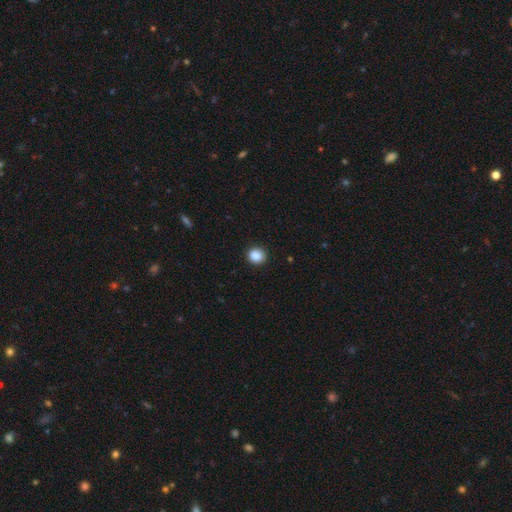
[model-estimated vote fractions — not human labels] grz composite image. It shows a smooth galaxy with no disk features (87%) that is round (84%). Merging: none (91%).